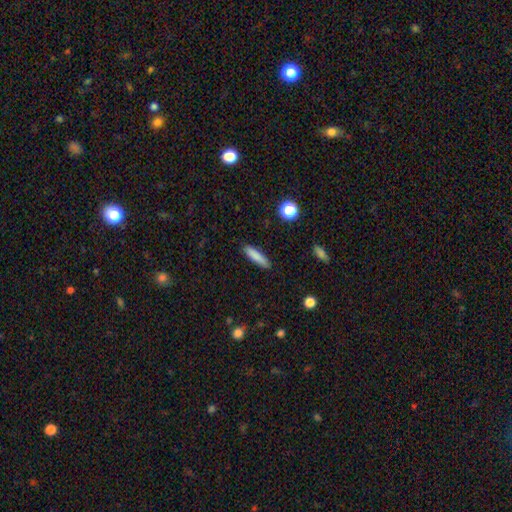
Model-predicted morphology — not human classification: Smooth or featured? Predicted: smooth (p=0.84). How rounded? Predicted: cigar-shaped (p=0.81). Merging? Predicted: none (p=0.89).